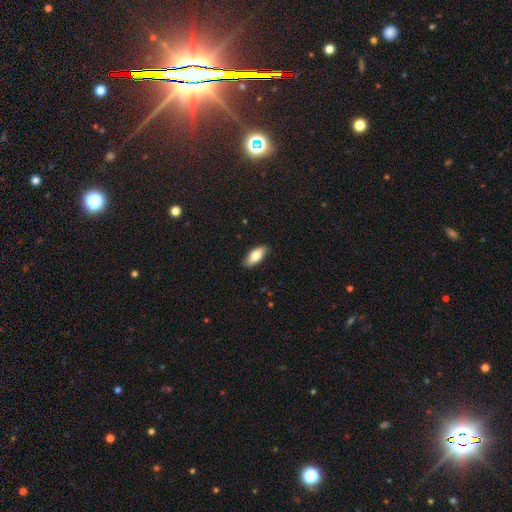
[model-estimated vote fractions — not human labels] Smooth or featured: smooth — 82% (featured or disk — 13%)
How rounded: in between — 83% (cigar-shaped — 15%)
Merging: none — 87% (minor disturbance — 11%)